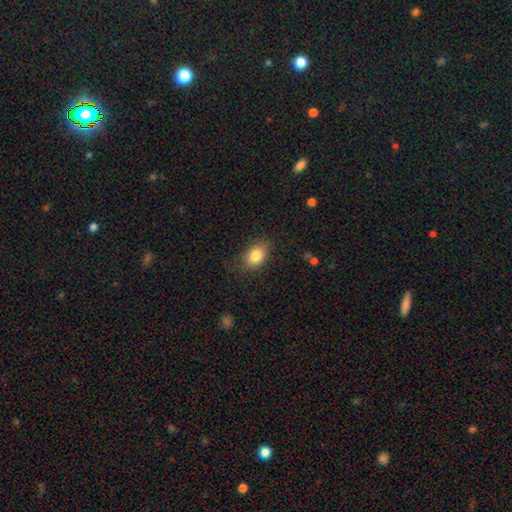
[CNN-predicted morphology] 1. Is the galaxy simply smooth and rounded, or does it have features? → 83% smooth, 9% star or artifact, 9% featured or disk.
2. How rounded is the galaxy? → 74% in between, 24% round, 1% cigar-shaped.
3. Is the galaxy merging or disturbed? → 77% none, 17% minor disturbance, 5% major disturbance, 1% merger.